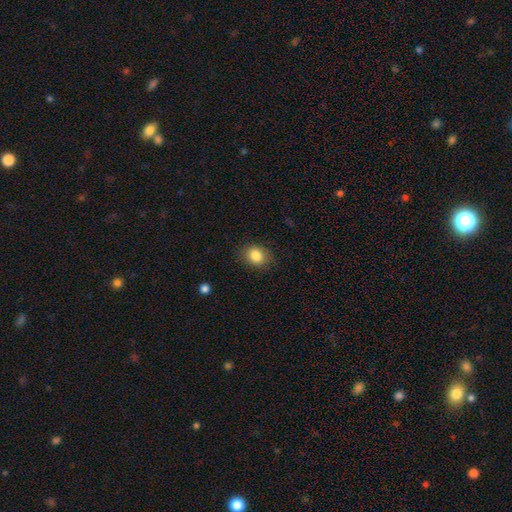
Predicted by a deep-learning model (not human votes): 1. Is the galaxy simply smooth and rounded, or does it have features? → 85% smooth, 10% star or artifact, 6% featured or disk.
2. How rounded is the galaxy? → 51% round, 48% in between, 1% cigar-shaped.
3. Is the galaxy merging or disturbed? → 83% none, 12% minor disturbance, 3% major disturbance, 1% merger.